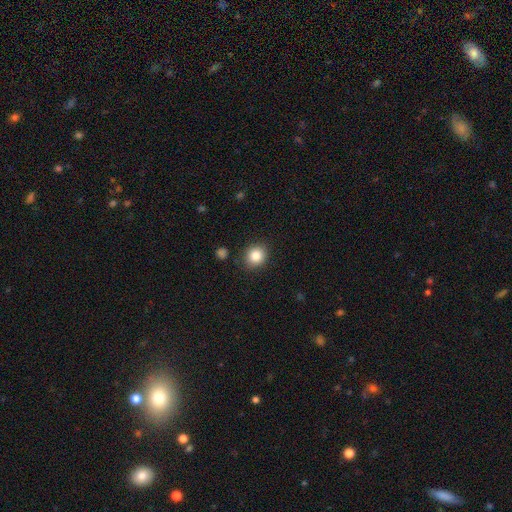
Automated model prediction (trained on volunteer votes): Overall: smooth (85%). How rounded: round (77%). Merging: none (88%).